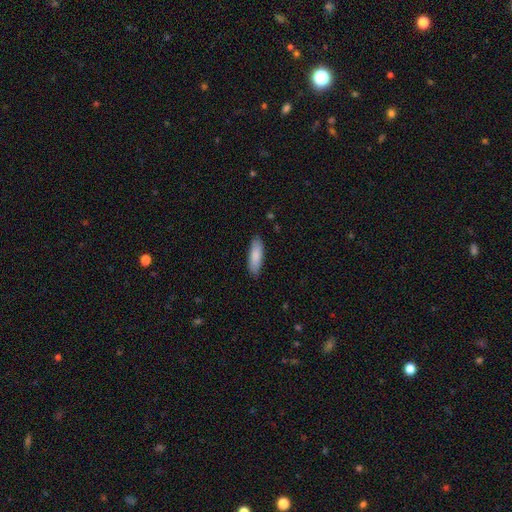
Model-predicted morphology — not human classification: Smooth or featured? Predicted: smooth (p=0.85). How rounded? Predicted: in between (p=0.56). Merging? Predicted: none (p=0.85).